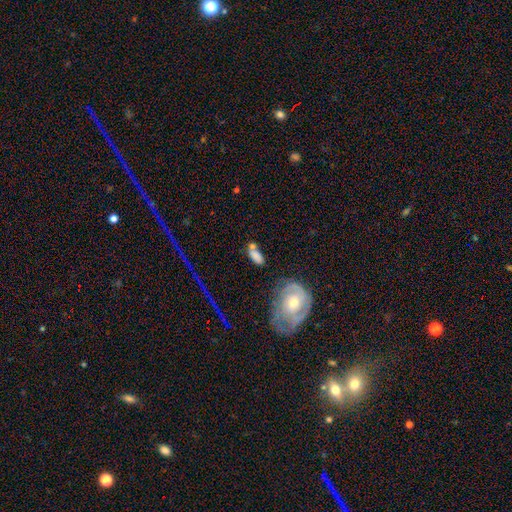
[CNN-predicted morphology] smooth 75%, featured or disk 15%, star or artifact 9%. Down the decision tree: how rounded — in between (84%); merging — none (48%).